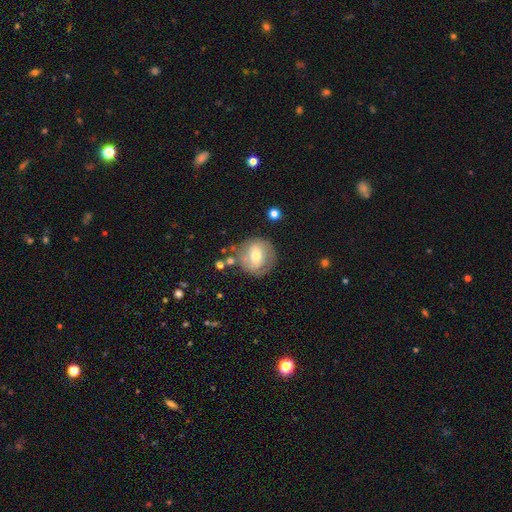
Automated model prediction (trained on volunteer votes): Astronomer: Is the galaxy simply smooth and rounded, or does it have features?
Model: smooth — 53% (runner-up: featured or disk, 40%).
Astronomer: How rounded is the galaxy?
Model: round — 83%.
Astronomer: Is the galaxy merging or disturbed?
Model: none — 72%.